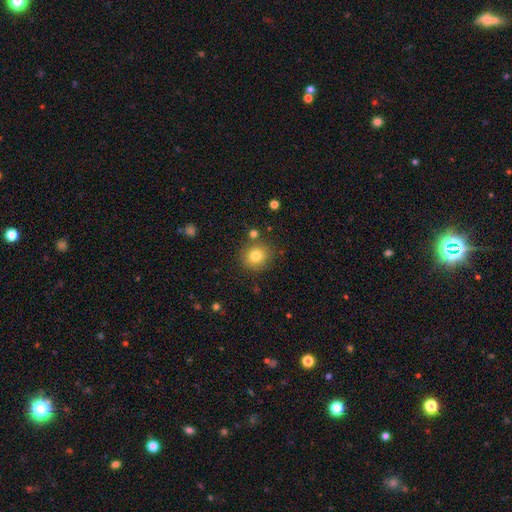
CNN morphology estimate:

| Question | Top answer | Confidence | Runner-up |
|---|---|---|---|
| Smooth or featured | smooth | 80% | star or artifact (12%) |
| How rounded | round | 86% | in between (13%) |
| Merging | none | 82% | minor disturbance (9%) |